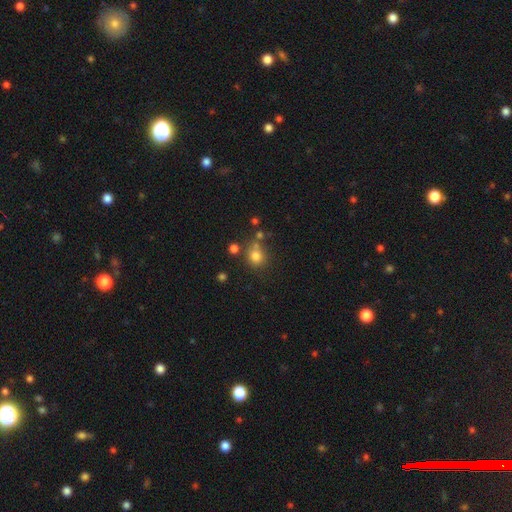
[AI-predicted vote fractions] The model was most divided on "merging": none: 64%, merger: 15%, minor disturbance: 15%, major disturbance: 6%. More confident: how rounded — round (79%); smooth or featured — smooth (77%).